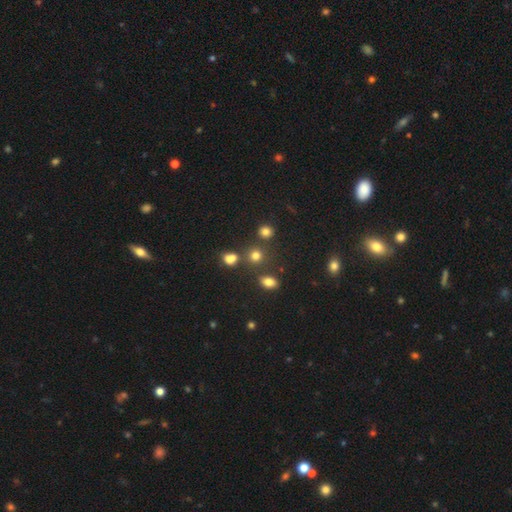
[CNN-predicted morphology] The model was most divided on "merging": none: 70%, merger: 15%, minor disturbance: 10%, major disturbance: 4%. More confident: how rounded — round (80%); smooth or featured — smooth (76%).